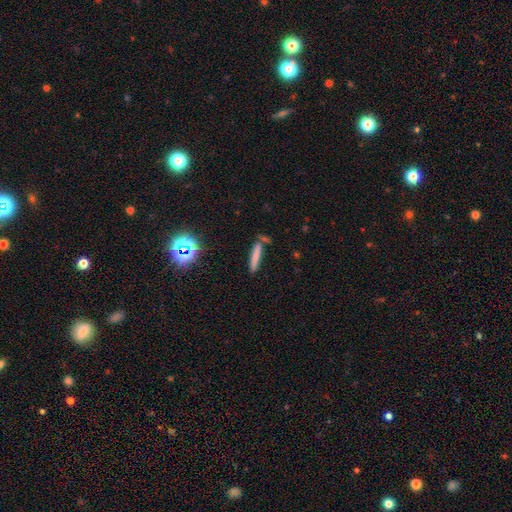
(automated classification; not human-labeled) Smooth or featured?
  - smooth: 74% *
  - featured or disk: 15%
  - star or artifact: 11%
How rounded?
  - cigar-shaped: 92% *
  - in between: 7%
  - round: 2%
Merging?
  - none: 75% *
  - minor disturbance: 12%
  - merger: 10%
  - major disturbance: 3%